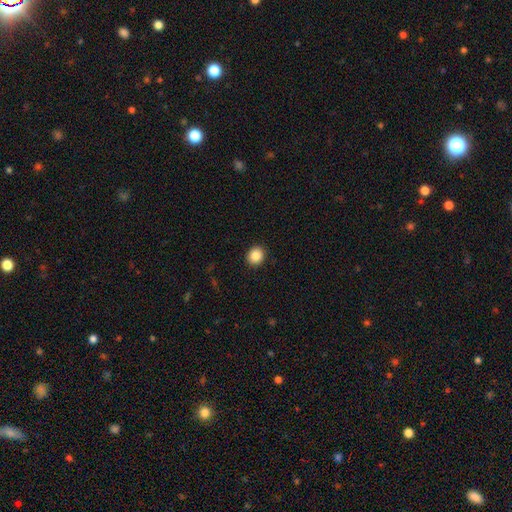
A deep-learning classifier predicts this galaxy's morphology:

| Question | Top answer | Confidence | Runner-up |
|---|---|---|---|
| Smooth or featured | smooth | 86% | star or artifact (9%) |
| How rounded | round | 78% | in between (22%) |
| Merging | none | 92% | minor disturbance (5%) |